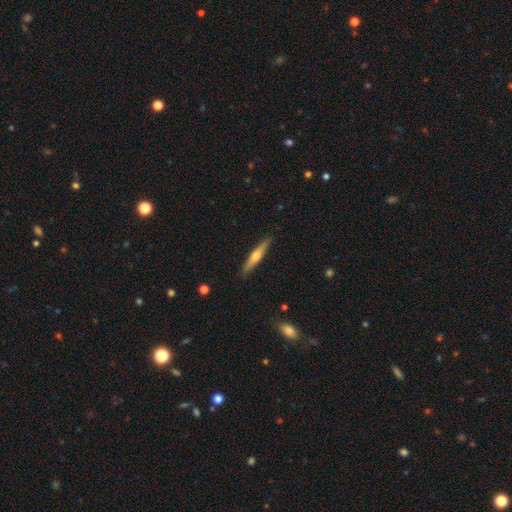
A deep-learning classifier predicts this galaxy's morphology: A featured or disk galaxy (52%) viewed edge-on (96%). Merging: none (90%).